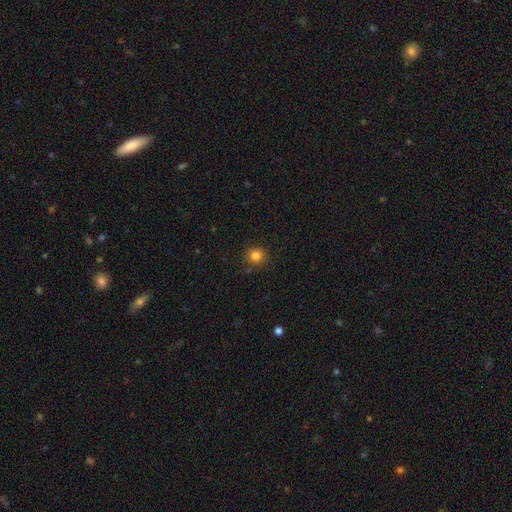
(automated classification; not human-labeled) Smooth or featured?
  - smooth: 83% *
  - star or artifact: 12%
  - featured or disk: 5%
How rounded?
  - round: 92% *
  - in between: 8%
  - cigar-shaped: 1%
Merging?
  - none: 87% *
  - minor disturbance: 9%
  - major disturbance: 2%
  - merger: 1%